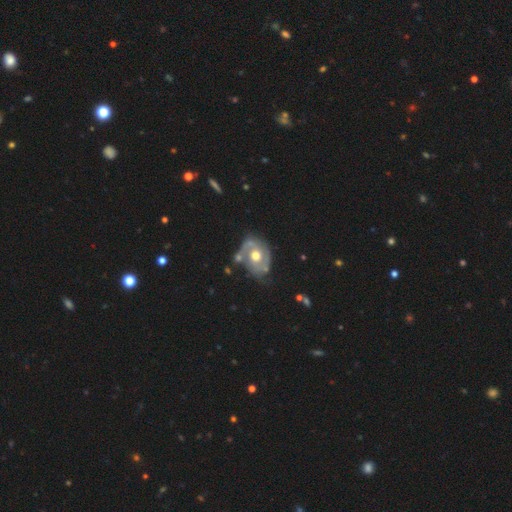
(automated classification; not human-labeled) The model was most divided on "spiral winding": tight: 44%, medium: 39%, loose: 17%. More confident: edge-on disk — no (97%); bar — no (78%); spiral arms — yes (78%); smooth or featured — featured or disk (77%); bulge size — moderate (74%); spiral arm count — 2 (66%); merging — none (54%).